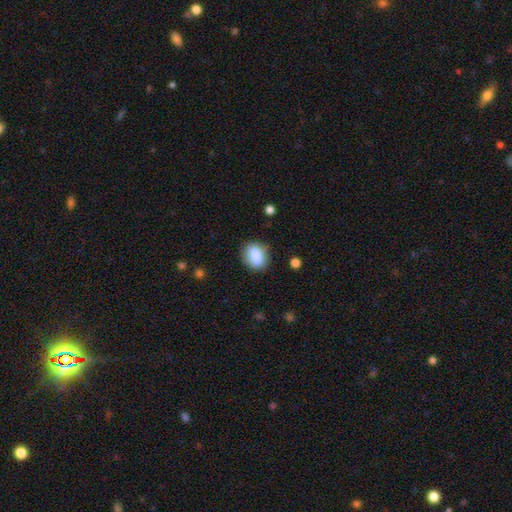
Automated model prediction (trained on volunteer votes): This appears to be a smooth galaxy with no disk features (86%) that is in between round and cigar-shaped (63%). Merging: none (79%).